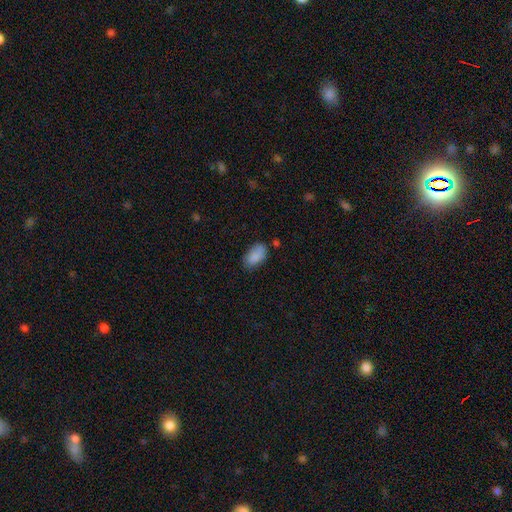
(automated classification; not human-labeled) Smooth or featured? Predicted: smooth (p=0.87). How rounded? Predicted: in between (p=0.94). Merging? Predicted: none (p=0.72).